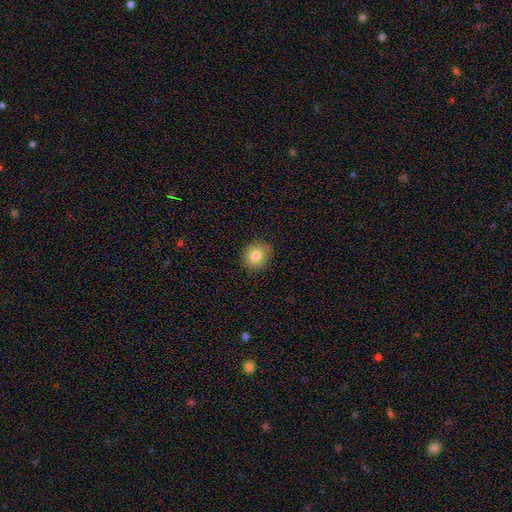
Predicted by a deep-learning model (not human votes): smooth 82%, star or artifact 10%, featured or disk 9%. Down the decision tree: how rounded — round (75%); merging — none (85%).